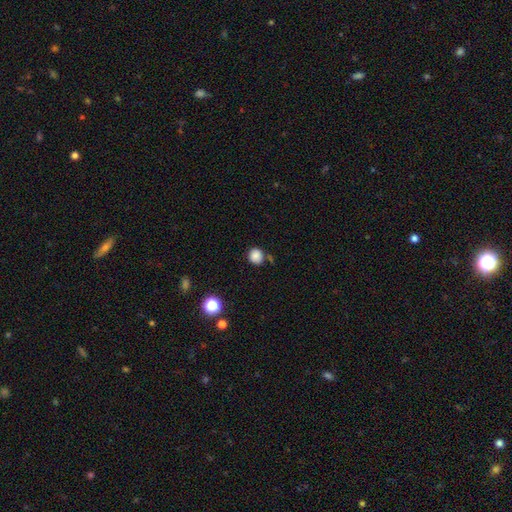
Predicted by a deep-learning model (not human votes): This is clearly a smooth galaxy (85%). How rounded: clearly round (84%). Merging: likely none (76%).